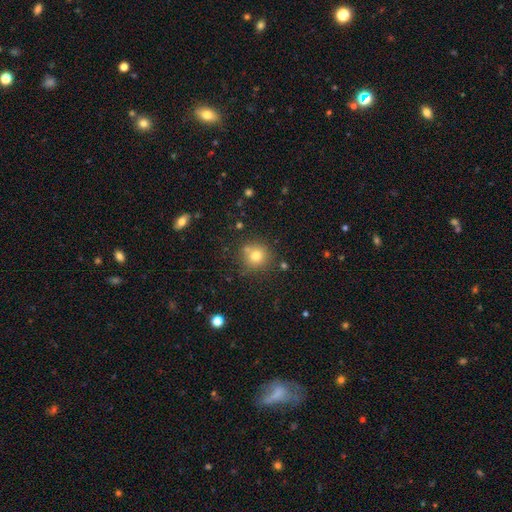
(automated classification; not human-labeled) smooth_or_featured: smooth (p=0.76) [alt: star or artifact p=0.14]
how_rounded: round (p=0.90) [alt: in between p=0.09]
merging: none (p=0.74) [alt: minor disturbance p=0.12]